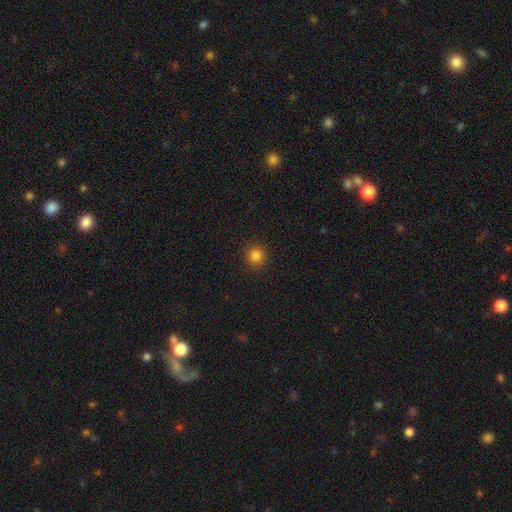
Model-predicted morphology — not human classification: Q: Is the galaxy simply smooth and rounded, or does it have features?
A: smooth — 84%.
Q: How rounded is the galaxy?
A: round — 94%.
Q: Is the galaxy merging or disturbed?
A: none — 92%.